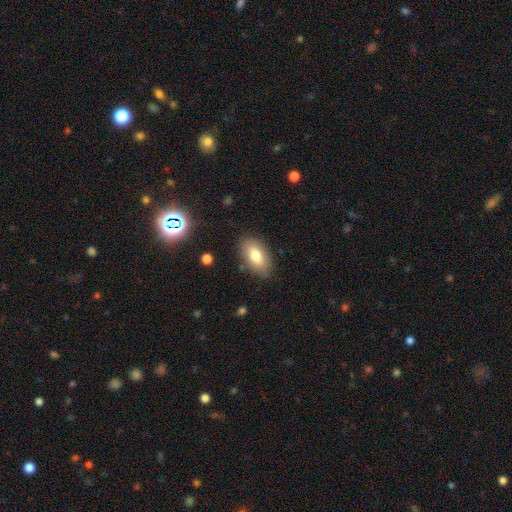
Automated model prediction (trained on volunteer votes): This appears to be a smooth galaxy with no disk features (77%) that is in between round and cigar-shaped (92%). Merging: none (82%).